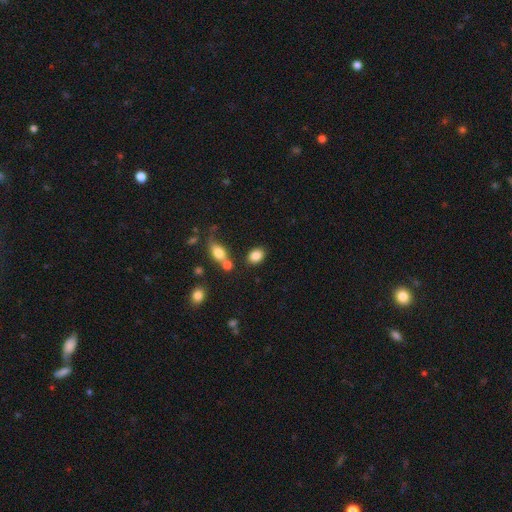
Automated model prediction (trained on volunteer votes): A smooth galaxy with no disk features (84%) that is in between round and cigar-shaped (72%). Merging: none (76%).